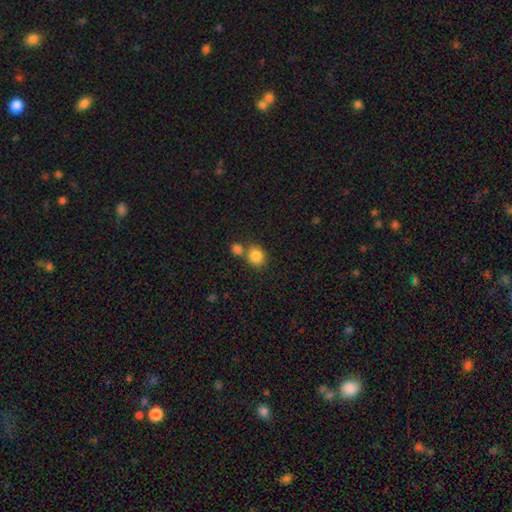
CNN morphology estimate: A smooth galaxy with no disk features (84%) that is round (77%). Merging: none (54%).